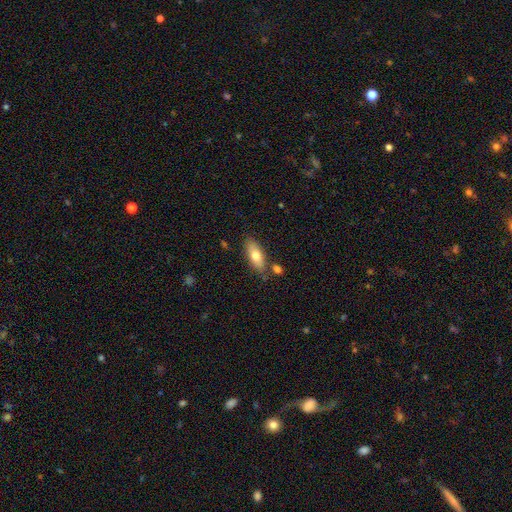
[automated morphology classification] Smooth or featured? smooth (72%)
How rounded? in between (78%)
Merging? none (76%)